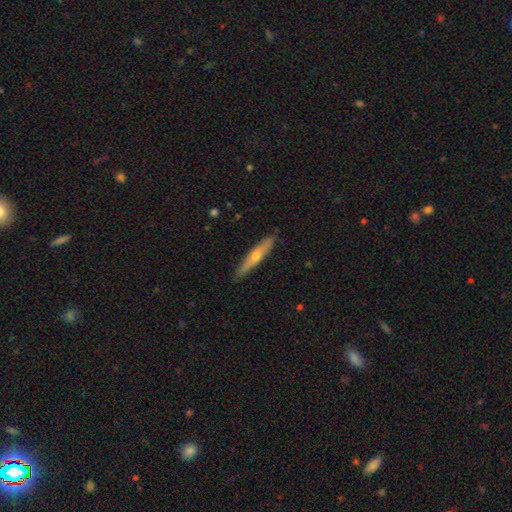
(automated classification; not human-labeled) Smooth or featured: featured or disk — 55% (smooth — 39%)
Edge-on disk: yes — 93% (no — 7%)
Edge-on bulge: rounded — 85% (none — 13%)
Merging: none — 88% (minor disturbance — 9%)